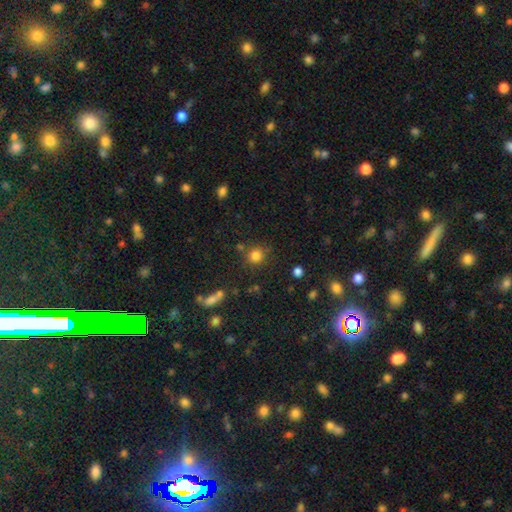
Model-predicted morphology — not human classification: This is clearly a smooth galaxy (81%). How rounded: clearly round (90%). Merging: likely none (77%).